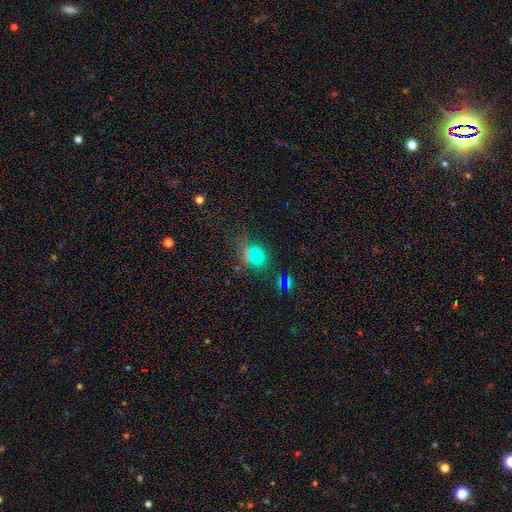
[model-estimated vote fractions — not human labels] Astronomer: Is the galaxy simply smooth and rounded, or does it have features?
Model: smooth — 65%.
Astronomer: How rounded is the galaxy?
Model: round — 56% (runner-up: in between, 41%).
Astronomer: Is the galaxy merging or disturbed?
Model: none — 77%.